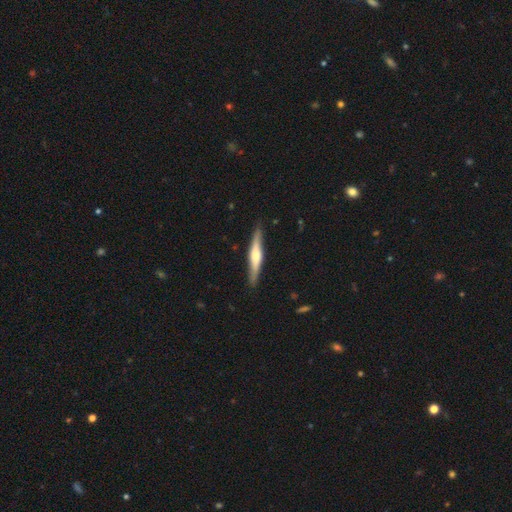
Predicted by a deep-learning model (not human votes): The model was most divided on "smooth or featured": featured or disk: 59%, smooth: 36%, star or artifact: 5%. More confident: edge-on disk — yes (95%); merging — none (87%); edge-on bulge — rounded (77%).